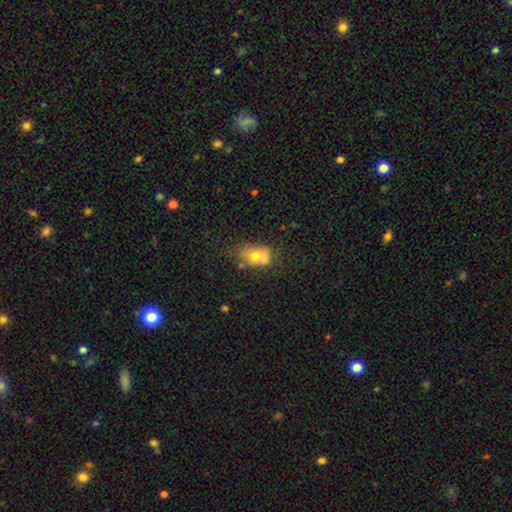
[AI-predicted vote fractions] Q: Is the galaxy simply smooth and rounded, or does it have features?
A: smooth — 66%.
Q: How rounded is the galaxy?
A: in between — 70%.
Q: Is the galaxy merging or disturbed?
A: none — 39%.